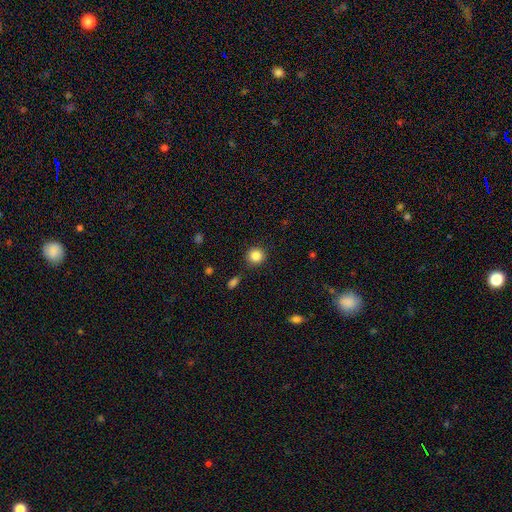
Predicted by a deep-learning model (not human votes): Smooth or featured? smooth (85%)
How rounded? round (91%)
Merging? none (87%)